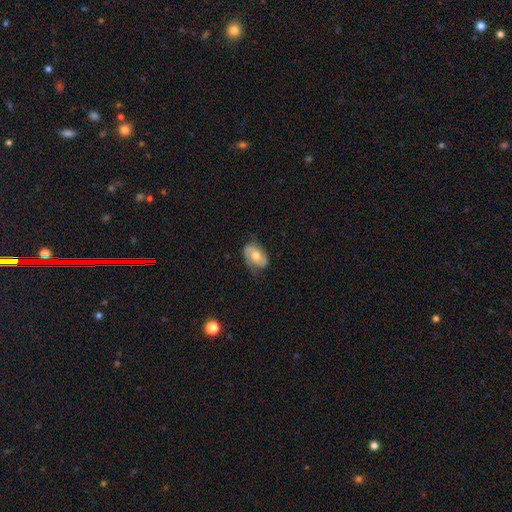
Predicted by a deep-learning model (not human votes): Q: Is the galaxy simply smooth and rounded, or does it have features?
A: featured or disk — 55%.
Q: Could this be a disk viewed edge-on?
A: no — 95%.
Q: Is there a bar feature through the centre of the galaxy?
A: no — 67%.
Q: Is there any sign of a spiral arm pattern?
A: yes — 83%.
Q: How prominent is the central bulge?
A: moderate — 71%.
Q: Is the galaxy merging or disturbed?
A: none — 64%.